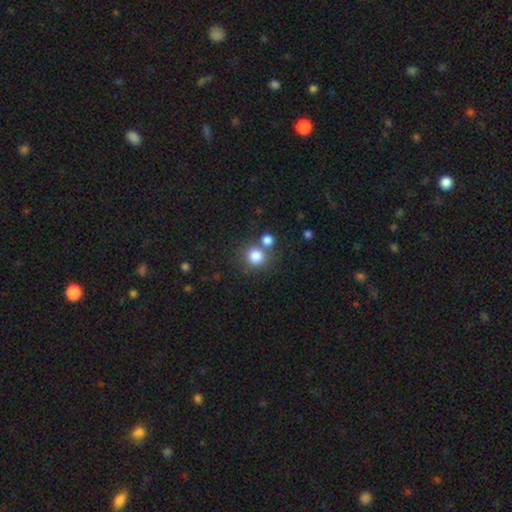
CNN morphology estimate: smooth-or-featured: smooth: 81% | star or artifact: 12% | featured or disk: 7%
  how-rounded: round: 91% | in between: 8% | cigar-shaped: 1%
  merging: none: 66% | merger: 23% | minor disturbance: 8% | major disturbance: 4%